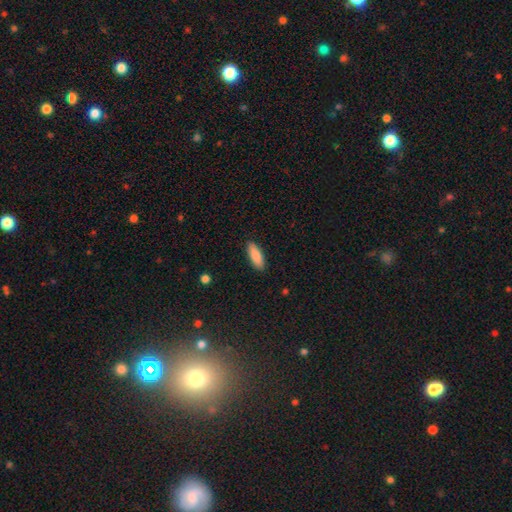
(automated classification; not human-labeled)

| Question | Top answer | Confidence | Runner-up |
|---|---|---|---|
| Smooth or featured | smooth | 87% | featured or disk (7%) |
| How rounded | in between | 64% | cigar-shaped (34%) |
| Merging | none | 89% | minor disturbance (8%) |